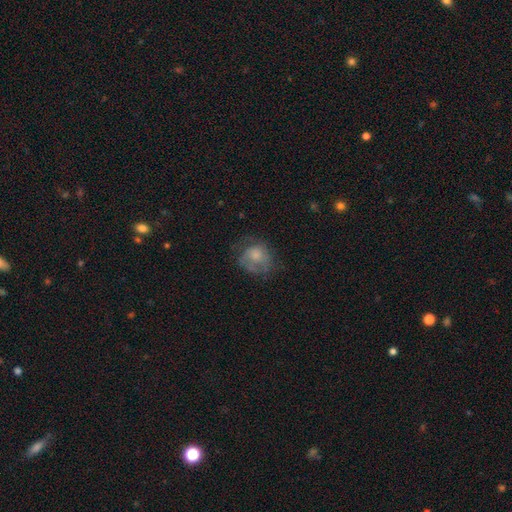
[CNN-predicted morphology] This appears to be a smooth galaxy with no disk features (57%) that is round (72%). Merging: none (47%).